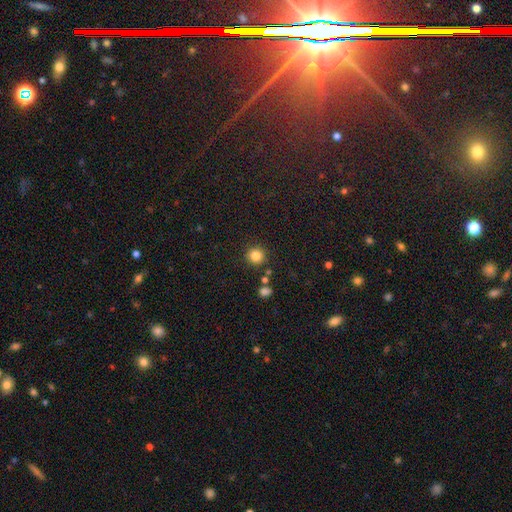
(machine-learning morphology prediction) Smooth or featured?
  - smooth: 83% *
  - star or artifact: 12%
  - featured or disk: 5%
How rounded?
  - round: 93% *
  - in between: 6%
  - cigar-shaped: 1%
Merging?
  - none: 87% *
  - minor disturbance: 6%
  - merger: 4%
  - major disturbance: 2%